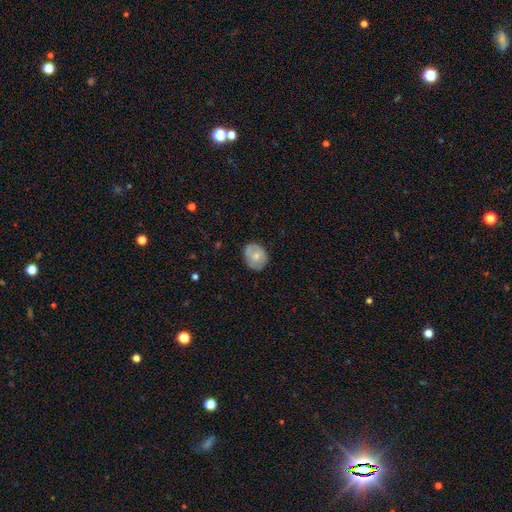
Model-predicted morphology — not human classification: Smooth or featured? Predicted: smooth (p=0.63). How rounded? Predicted: round (p=0.54). Merging? Predicted: none (p=0.77).